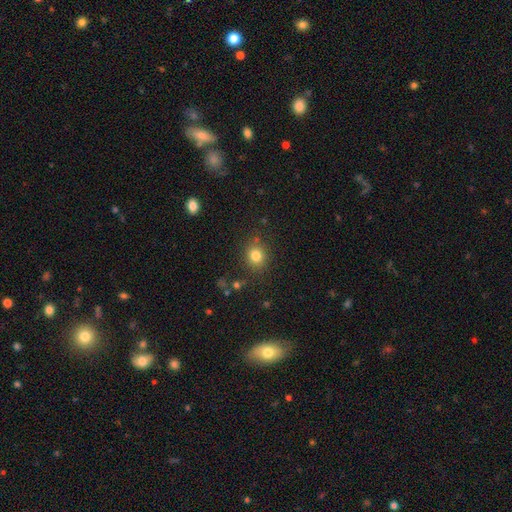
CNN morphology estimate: Smooth or featured?
  - smooth: 81% *
  - star or artifact: 13%
  - featured or disk: 6%
How rounded?
  - round: 78% *
  - in between: 21%
  - cigar-shaped: 1%
Merging?
  - none: 82% *
  - minor disturbance: 11%
  - major disturbance: 4%
  - merger: 3%